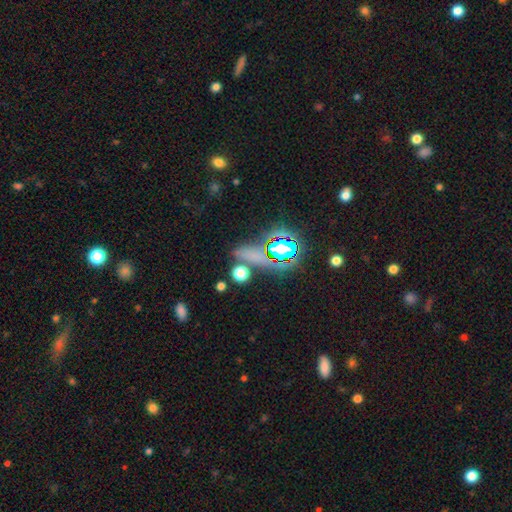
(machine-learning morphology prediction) This is possibly a smooth galaxy (46%). Merging: likely none (72%).